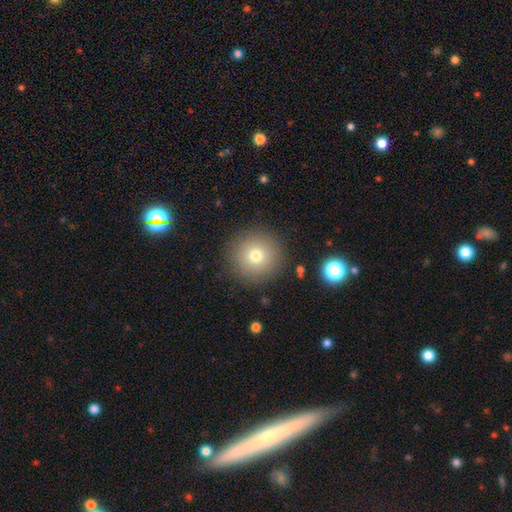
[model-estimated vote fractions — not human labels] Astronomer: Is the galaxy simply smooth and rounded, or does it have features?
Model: smooth — 74%.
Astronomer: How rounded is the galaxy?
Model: round — 96%.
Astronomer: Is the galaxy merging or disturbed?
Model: none — 88%.